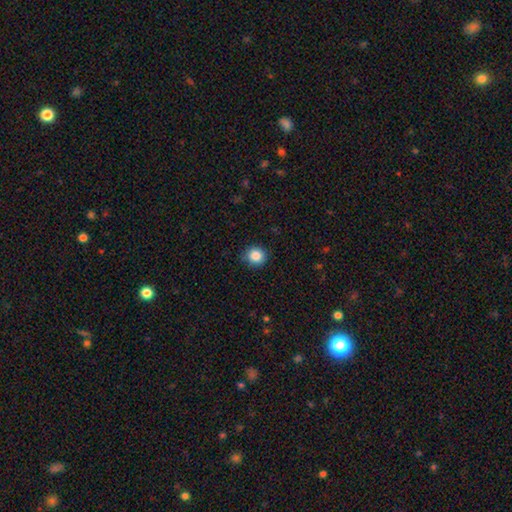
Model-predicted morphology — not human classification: Smooth or featured: smooth — 86% (star or artifact — 10%)
How rounded: round — 88% (in between — 11%)
Merging: none — 87% (minor disturbance — 10%)